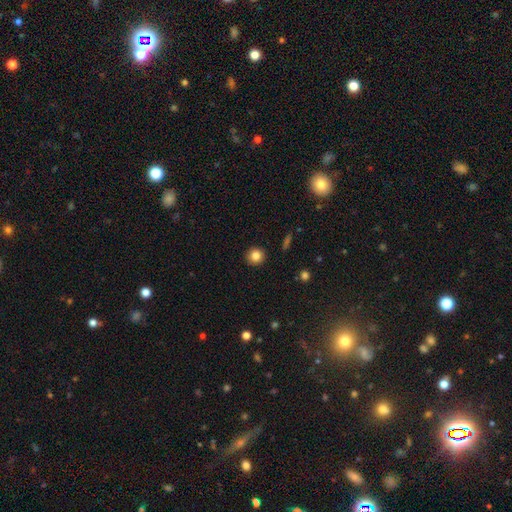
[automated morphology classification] Smooth or featured? smooth (84%)
How rounded? round (92%)
Merging? none (92%)